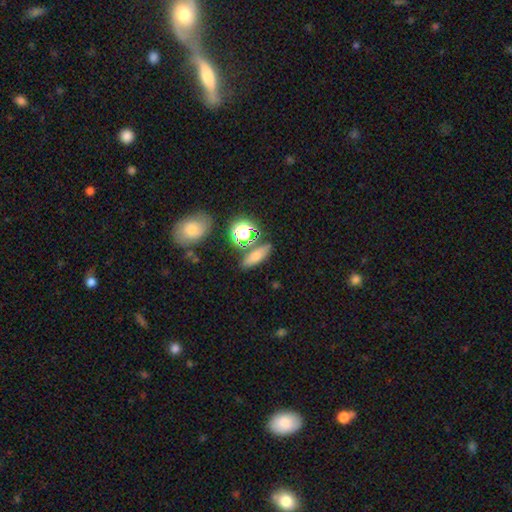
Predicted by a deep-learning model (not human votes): A smooth galaxy with no disk features (65%) that is in between round and cigar-shaped (51%).

Vote fractions:
- Smooth or featured? smooth: 65% / star or artifact: 19% / featured or disk: 16%
- How rounded? in between: 51% / cigar-shaped: 32% / round: 16%
- Merging? none: 76% / minor disturbance: 11% / merger: 8% / major disturbance: 4%